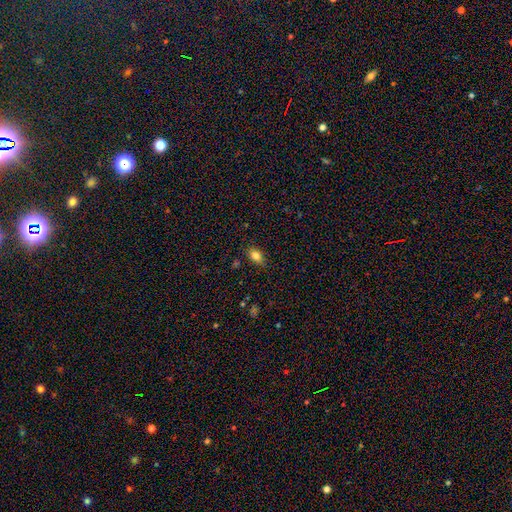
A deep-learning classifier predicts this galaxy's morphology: smooth_or_featured: smooth (p=0.82) [alt: star or artifact p=0.10]
how_rounded: in between (p=0.78) [alt: round p=0.19]
merging: none (p=0.79) [alt: minor disturbance p=0.16]